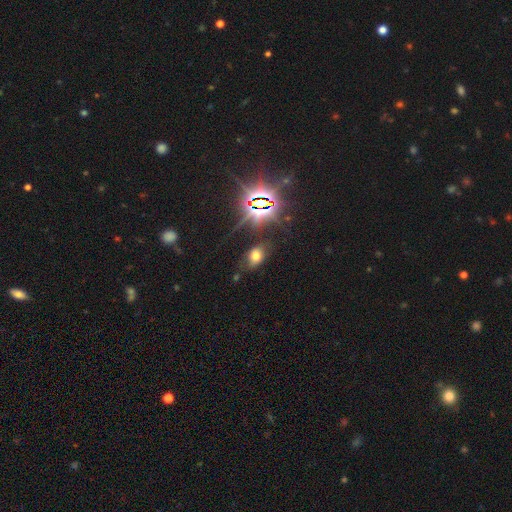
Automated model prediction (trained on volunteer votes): This is possibly a smooth galaxy (55%). How rounded: clearly in between (80%). Merging: likely none (71%).